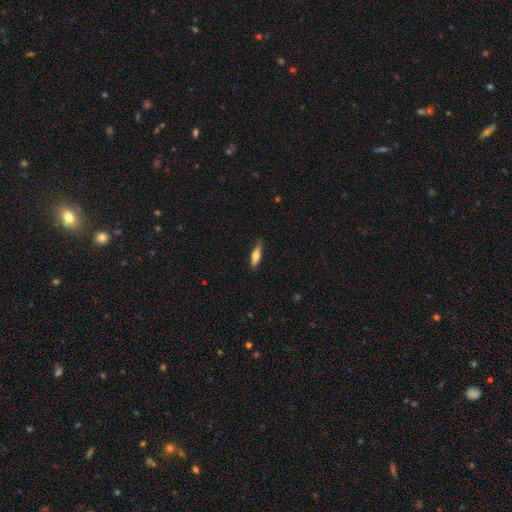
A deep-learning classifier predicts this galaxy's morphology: smooth_or_featured: smooth (p=0.59) [alt: featured or disk p=0.34]
how_rounded: cigar-shaped (p=0.64) [alt: in between p=0.34]
merging: none (p=0.80) [alt: minor disturbance p=0.16]